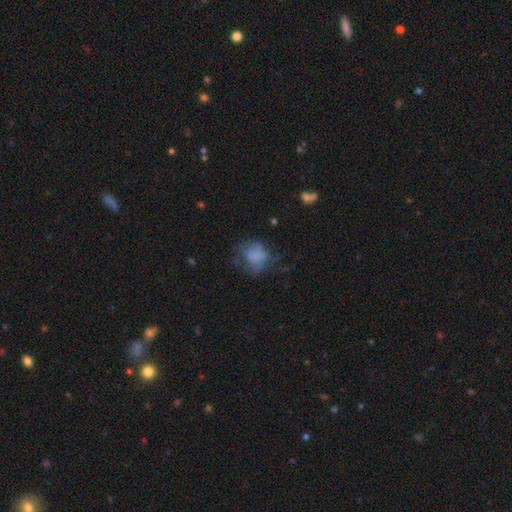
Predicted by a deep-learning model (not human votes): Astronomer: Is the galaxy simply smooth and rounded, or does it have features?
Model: smooth — 58%.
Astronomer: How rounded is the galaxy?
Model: round — 58% (runner-up: in between, 41%).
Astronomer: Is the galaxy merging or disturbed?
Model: none — 40% (runner-up: major disturbance, 33%).